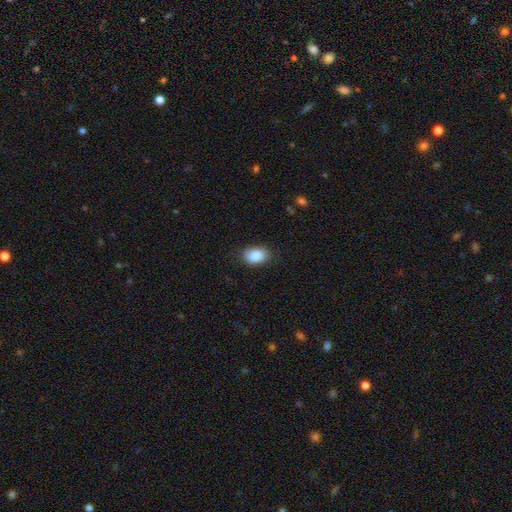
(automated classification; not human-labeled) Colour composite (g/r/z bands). It shows a smooth galaxy with no disk features (89%) that is in between round and cigar-shaped (85%). Merging: none (80%).